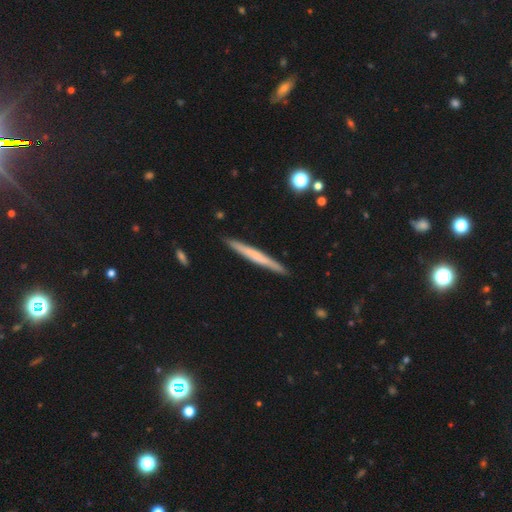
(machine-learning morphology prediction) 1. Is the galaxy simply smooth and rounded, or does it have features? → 49% smooth, 46% featured or disk, 6% star or artifact.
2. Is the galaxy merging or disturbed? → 91% none, 6% minor disturbance, 1% major disturbance, 1% merger.